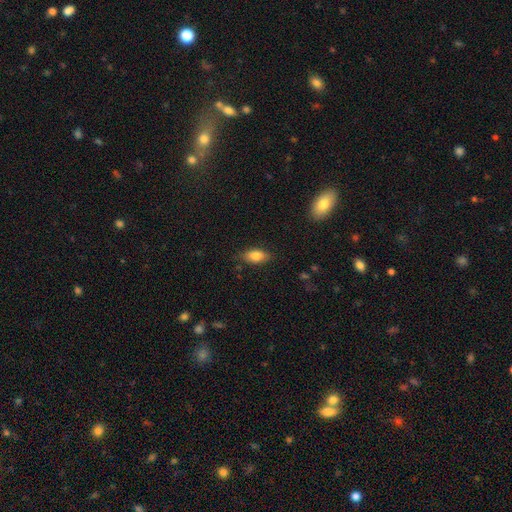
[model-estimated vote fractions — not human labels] Smooth or featured?
  - smooth: 81% *
  - featured or disk: 11%
  - star or artifact: 8%
How rounded?
  - in between: 87% *
  - cigar-shaped: 8%
  - round: 5%
Merging?
  - none: 81% *
  - minor disturbance: 14%
  - major disturbance: 3%
  - merger: 1%